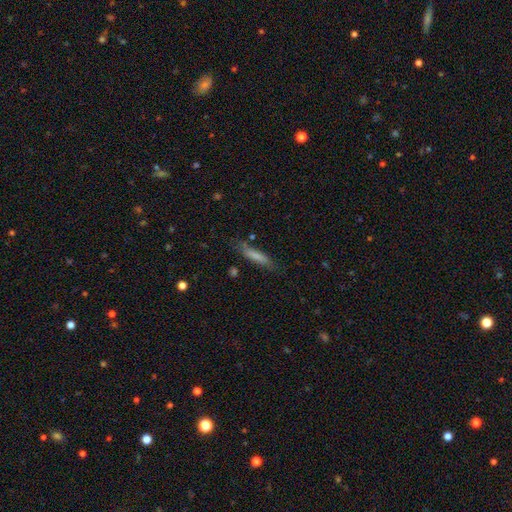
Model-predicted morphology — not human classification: smooth_or_featured: smooth (p=0.75) [alt: featured or disk p=0.18]
how_rounded: cigar-shaped (p=0.86) [alt: in between p=0.13]
merging: none (p=0.75) [alt: minor disturbance p=0.18]